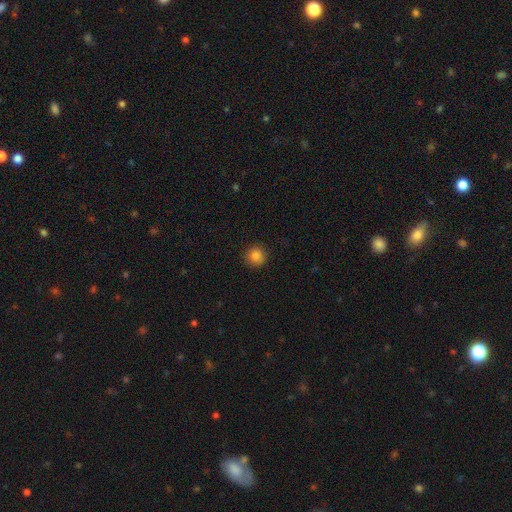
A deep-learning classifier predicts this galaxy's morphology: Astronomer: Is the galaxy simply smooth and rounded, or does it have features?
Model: smooth — 84%.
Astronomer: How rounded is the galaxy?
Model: round — 93%.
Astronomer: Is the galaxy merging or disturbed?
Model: none — 90%.